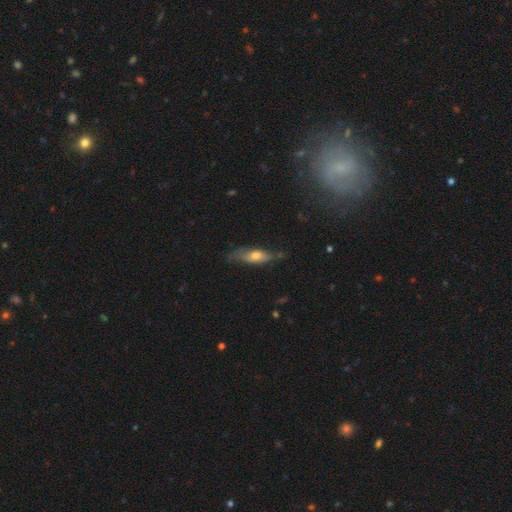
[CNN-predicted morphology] smooth-or-featured: smooth: 49% | featured or disk: 43% | star or artifact: 7%
  merging: none: 60% | minor disturbance: 28% | major disturbance: 9% | merger: 3%